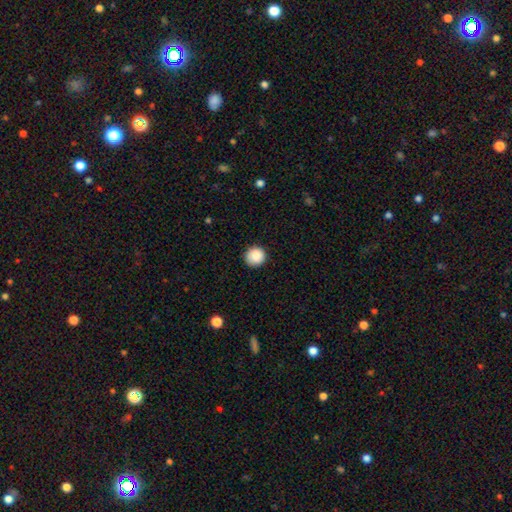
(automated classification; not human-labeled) Smooth or featured: smooth — 89% (star or artifact — 8%)
How rounded: round — 94% (in between — 5%)
Merging: none — 90% (minor disturbance — 7%)